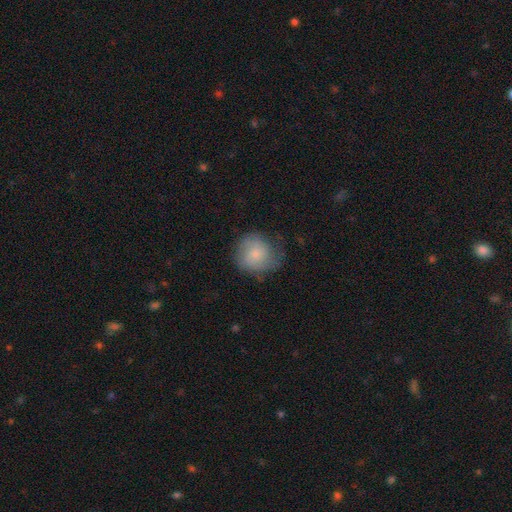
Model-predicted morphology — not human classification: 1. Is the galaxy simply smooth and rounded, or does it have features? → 65% smooth, 28% featured or disk, 8% star or artifact.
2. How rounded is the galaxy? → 86% round, 13% in between, 1% cigar-shaped.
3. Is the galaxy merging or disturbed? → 63% none, 25% minor disturbance, 11% major disturbance, 1% merger.